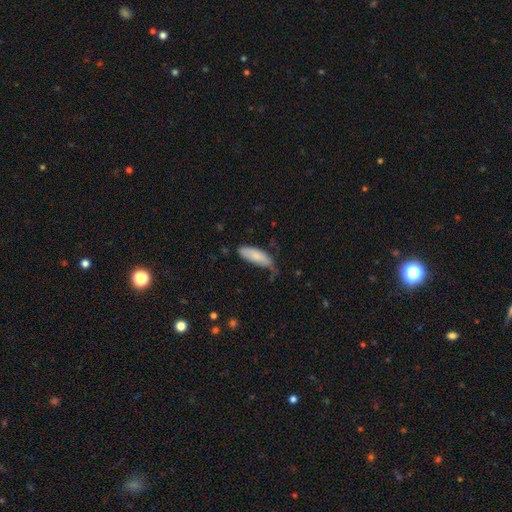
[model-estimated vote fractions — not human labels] Morphology: type=smooth (81%); roundness=in between (60%); merging=none (59%).